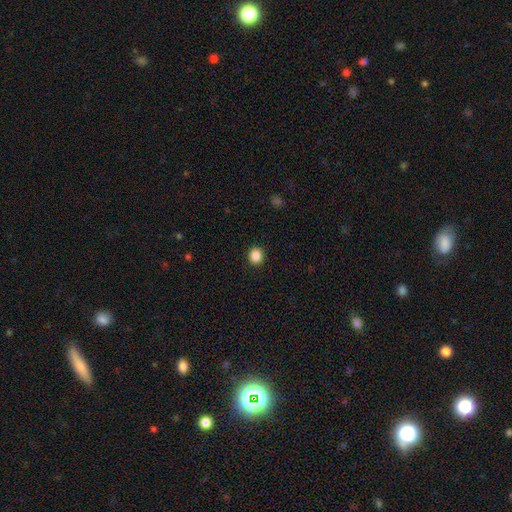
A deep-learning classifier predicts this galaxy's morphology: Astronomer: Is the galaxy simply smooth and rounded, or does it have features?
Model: smooth — 86%.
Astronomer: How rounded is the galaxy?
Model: round — 84%.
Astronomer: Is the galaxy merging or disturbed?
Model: none — 92%.